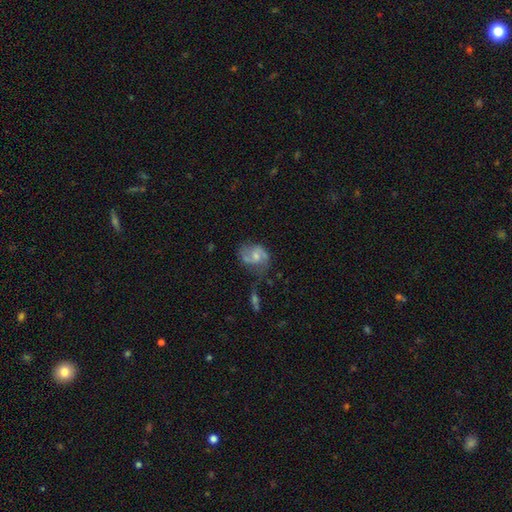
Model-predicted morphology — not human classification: Smooth or featured? featured or disk (73%)
Edge-on disk? no (98%)
Bar? no (47%)
Spiral arms? yes (92%)
Spiral winding? medium (49%)
Spiral arm count? 2 (87%)
Bulge size? moderate (43%, tied with small)
Merging? none (55%)